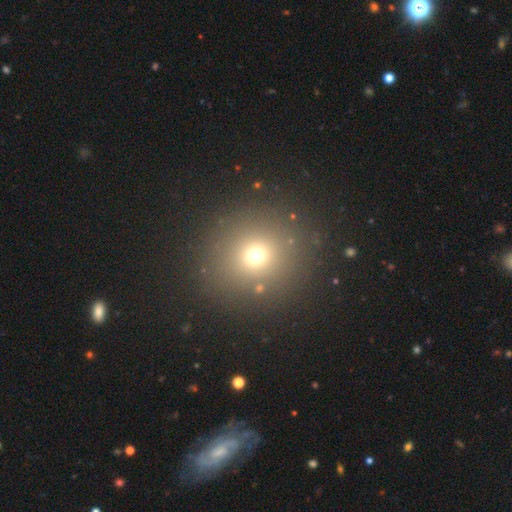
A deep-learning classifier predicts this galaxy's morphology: Smooth or featured: smooth — 67% (star or artifact — 23%)
How rounded: round — 89% (in between — 10%)
Merging: none — 86% (minor disturbance — 7%)